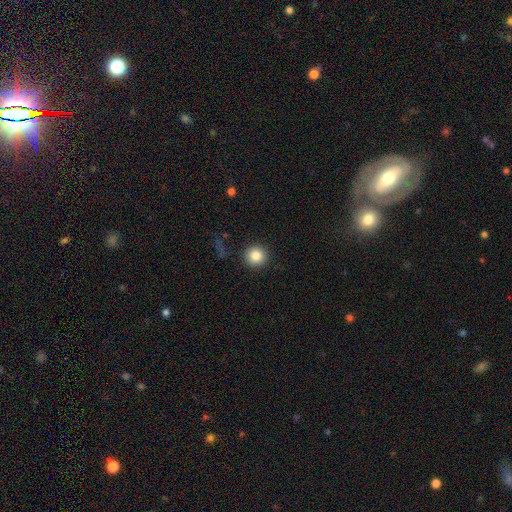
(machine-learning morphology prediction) smooth_or_featured: smooth (p=0.84) [alt: star or artifact p=0.10]
how_rounded: round (p=0.94) [alt: in between p=0.05]
merging: none (p=0.90) [alt: minor disturbance p=0.06]